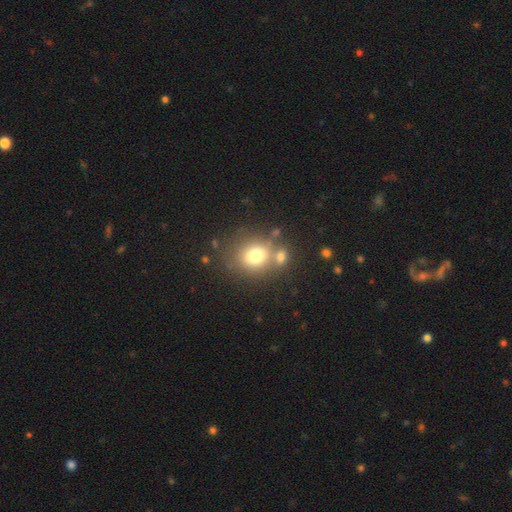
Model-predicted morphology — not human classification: A smooth galaxy with no disk features (75%) that is round (72%). Merging: none (60%).